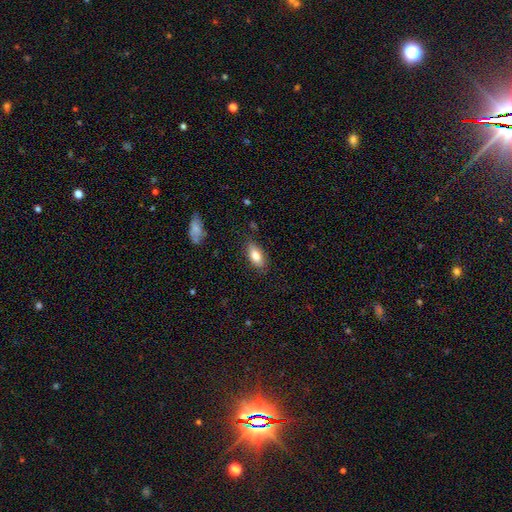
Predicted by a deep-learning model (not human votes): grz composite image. It shows a smooth galaxy with no disk features (80%) that is in between round and cigar-shaped (87%). Merging: none (82%).